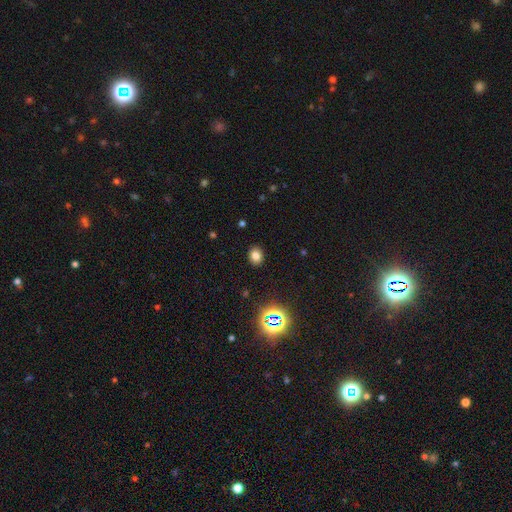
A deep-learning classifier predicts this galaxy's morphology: The model was most divided on "how rounded": round: 53%, in between: 46%, cigar-shaped: 1%. More confident: merging — none (90%); smooth or featured — smooth (76%).